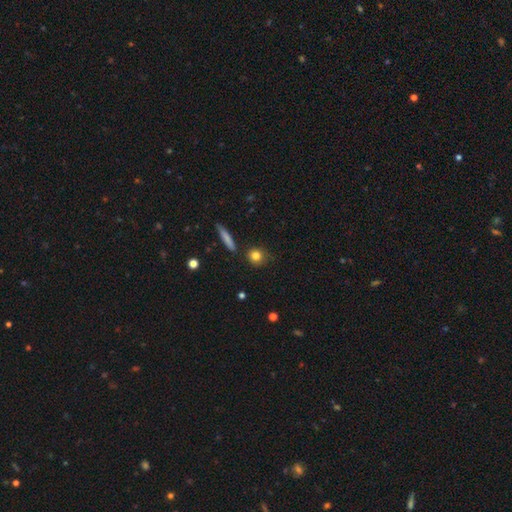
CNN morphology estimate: smooth-or-featured: smooth: 82% | star or artifact: 10% | featured or disk: 9%
  how-rounded: round: 81% | in between: 14% | cigar-shaped: 5%
  merging: none: 81% | minor disturbance: 12% | merger: 4% | major disturbance: 3%